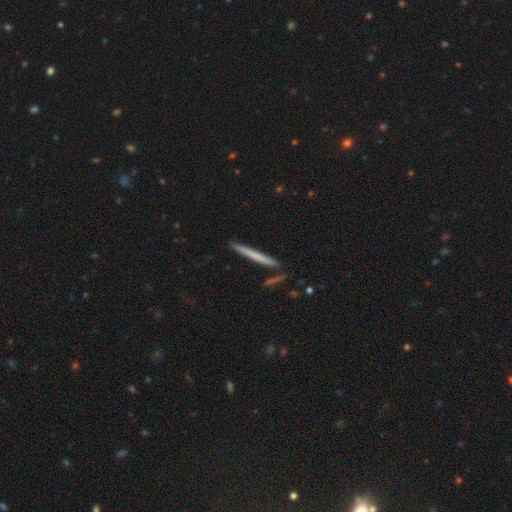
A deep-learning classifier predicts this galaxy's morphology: Overall: smooth (57%; featured or disk 38%). How rounded: cigar-shaped (97%). Merging: none (88%).